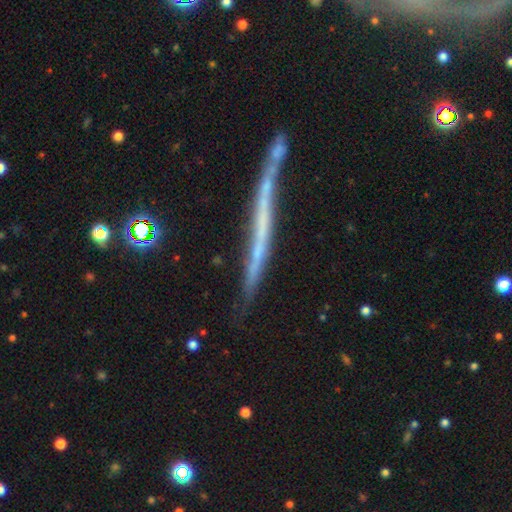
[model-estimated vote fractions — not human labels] A featured or disk galaxy (55%) viewed edge-on (92%) with no central bulge (86%). Merging: none (64%).